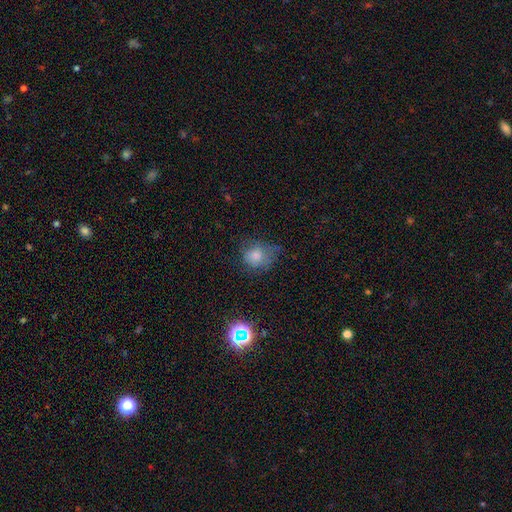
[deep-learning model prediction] This appears to be a smooth galaxy with no disk features (68%) that is round (76%). Merging: none (51%).